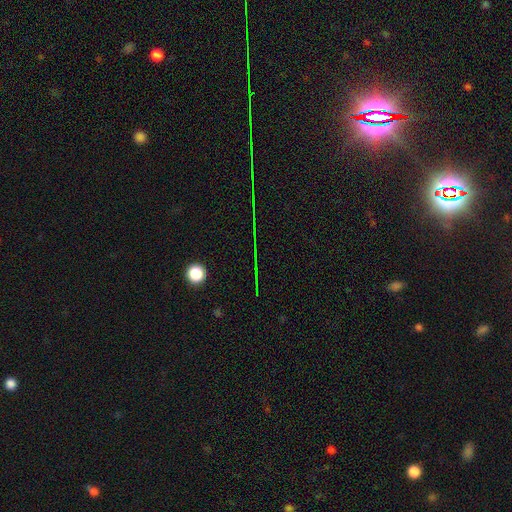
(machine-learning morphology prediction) star or artifact 81%, smooth 11%, featured or disk 9%.